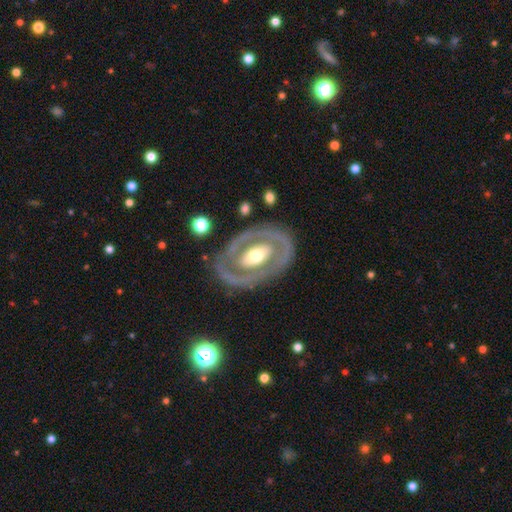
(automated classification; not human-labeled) This is likely a featured or disk galaxy (74%). It is clearly not viewed edge-on (94%). Bar: possibly no (60%). Spiral arm pattern: likely no (65%). Central bulge: likely moderate (64%). Merging: likely none (78%).